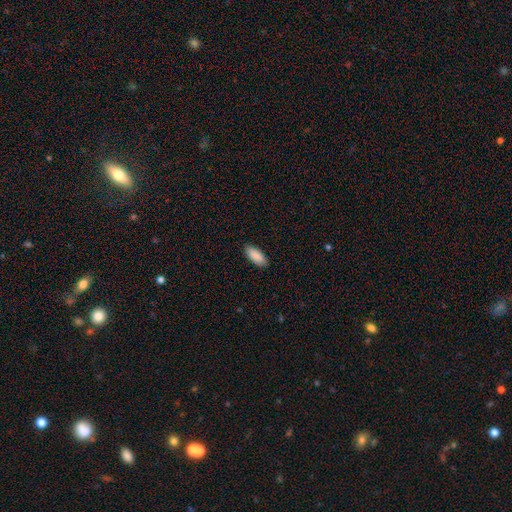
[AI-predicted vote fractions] The model was most divided on "how rounded": in between: 84%, cigar-shaped: 15%, round: 2%. More confident: smooth or featured — smooth (90%); merging — none (88%).